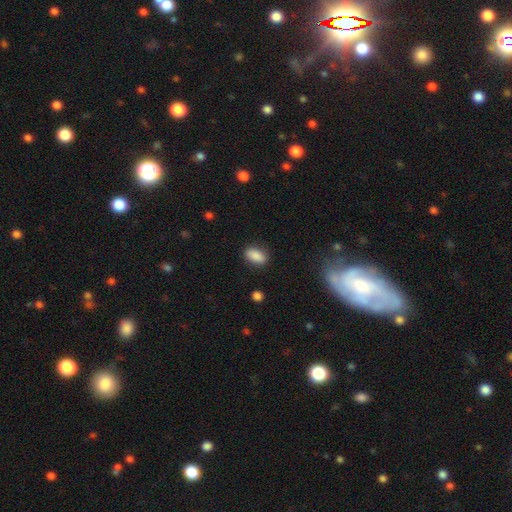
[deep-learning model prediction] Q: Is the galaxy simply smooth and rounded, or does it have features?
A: smooth — 87%.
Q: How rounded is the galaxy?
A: in between — 87%.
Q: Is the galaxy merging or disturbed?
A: none — 84%.